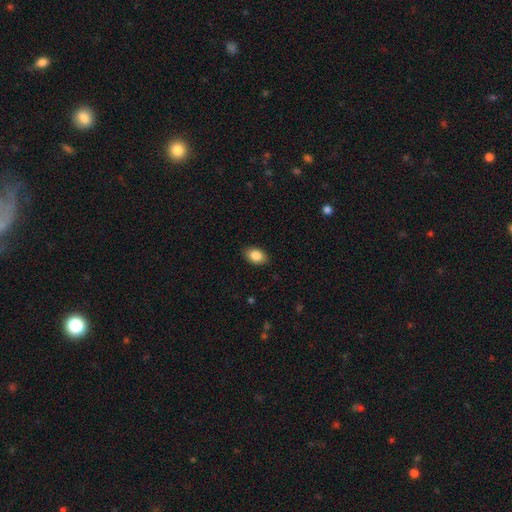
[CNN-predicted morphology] Smooth or featured?
  - smooth: 86% *
  - star or artifact: 8%
  - featured or disk: 6%
How rounded?
  - in between: 87% *
  - round: 11%
  - cigar-shaped: 1%
Merging?
  - none: 88% *
  - minor disturbance: 9%
  - major disturbance: 2%
  - merger: 1%